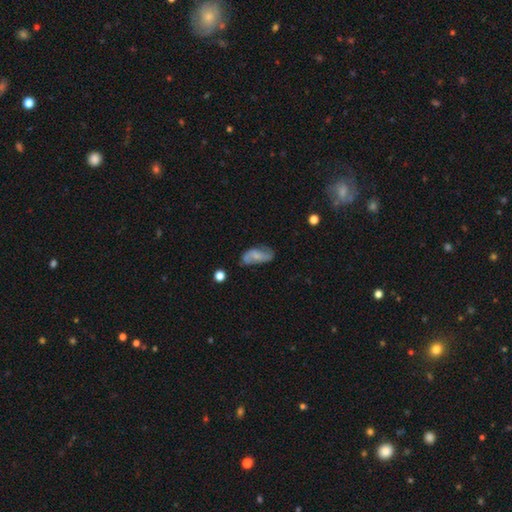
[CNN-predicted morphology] This appears to be a featured or disk galaxy (48%). Merging: none (60%).